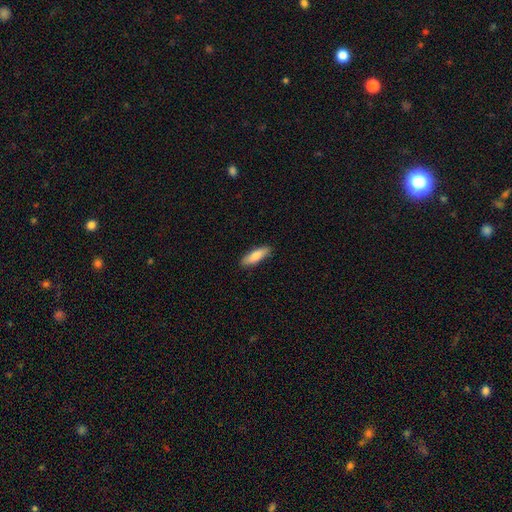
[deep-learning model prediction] smooth 79%, featured or disk 15%, star or artifact 6%. Down the decision tree: how rounded — cigar-shaped (56%); merging — none (88%).